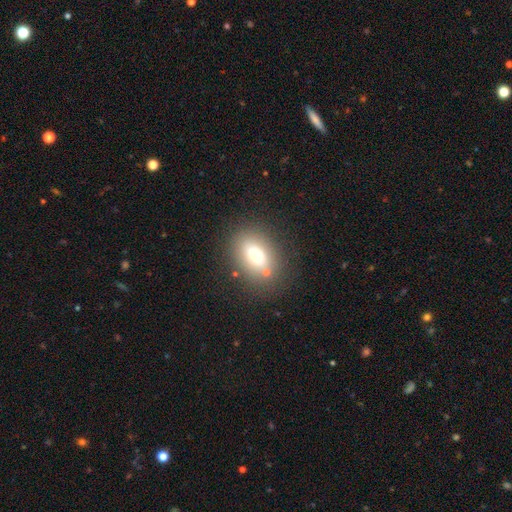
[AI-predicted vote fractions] Q: Smooth or featured?
A: smooth (73%); runner-up: featured or disk (15%)
Q: How rounded?
A: in between (78%); runner-up: round (20%)
Q: Merging?
A: none (78%); runner-up: minor disturbance (11%)